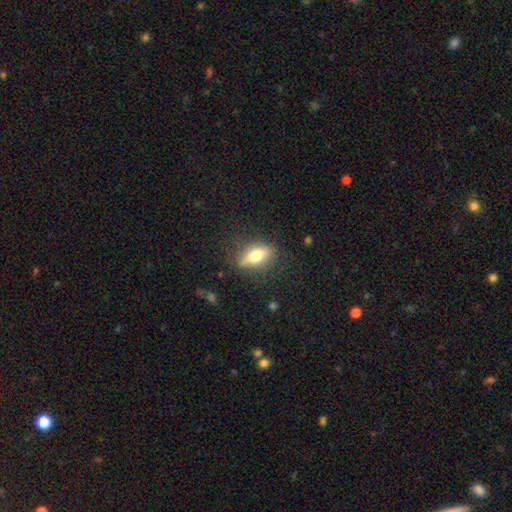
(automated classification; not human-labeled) Overall: smooth (65%; featured or disk 27%). How rounded: in between (74%). Merging: none (79%).